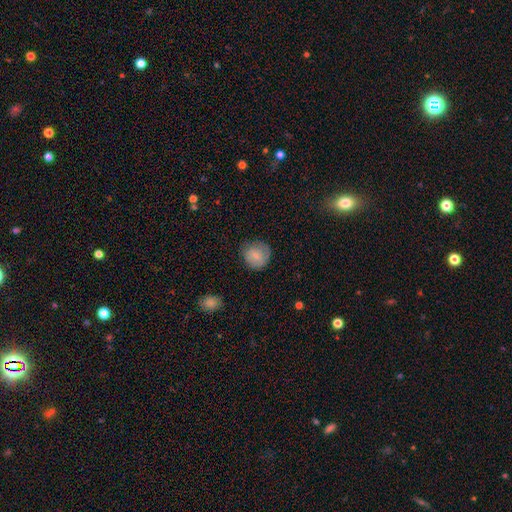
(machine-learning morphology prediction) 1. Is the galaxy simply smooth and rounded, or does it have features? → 74% smooth, 19% featured or disk, 7% star or artifact.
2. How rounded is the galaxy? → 86% round, 13% in between, 1% cigar-shaped.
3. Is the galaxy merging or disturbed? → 73% none, 20% minor disturbance, 6% major disturbance, 1% merger.